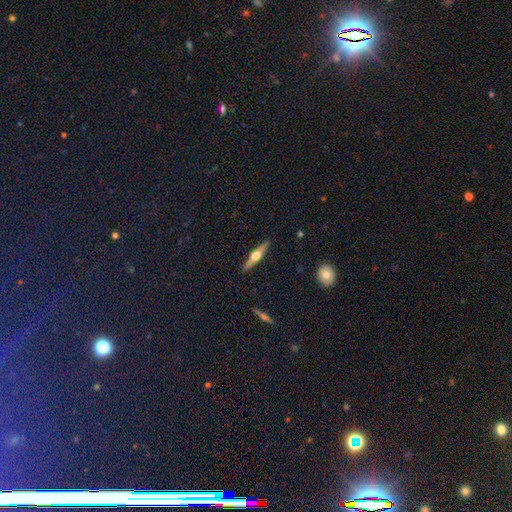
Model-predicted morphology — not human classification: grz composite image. It shows a featured or disk galaxy (69%) viewed edge-on (97%) with a rounded central bulge (95%). Merging: none (91%).